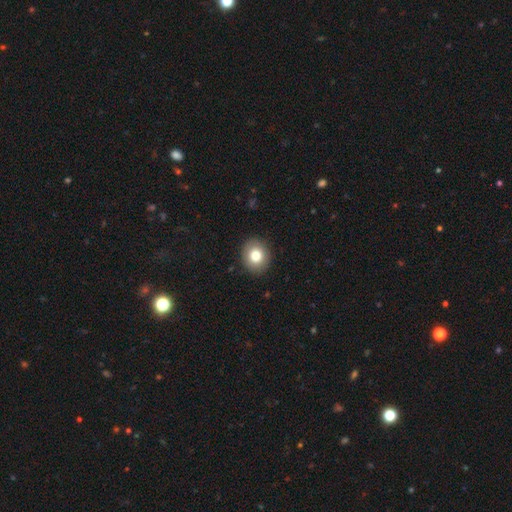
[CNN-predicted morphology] Overall: smooth (79%). How rounded: round (70%). Merging: none (90%).